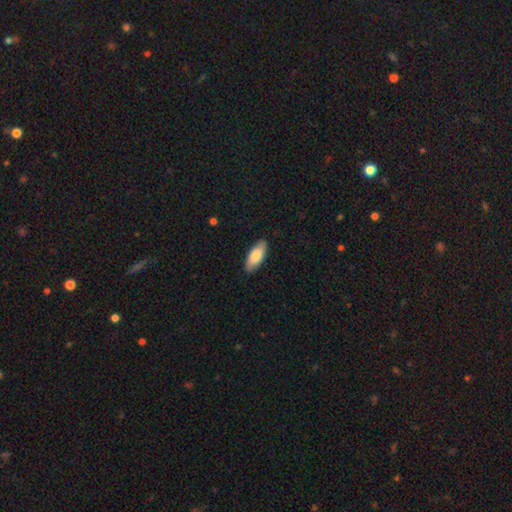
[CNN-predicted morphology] smooth-or-featured: smooth: 81% | featured or disk: 14% | star or artifact: 5%
  how-rounded: in between: 86% | cigar-shaped: 12% | round: 2%
  merging: none: 87% | minor disturbance: 10% | major disturbance: 2% | merger: 1%